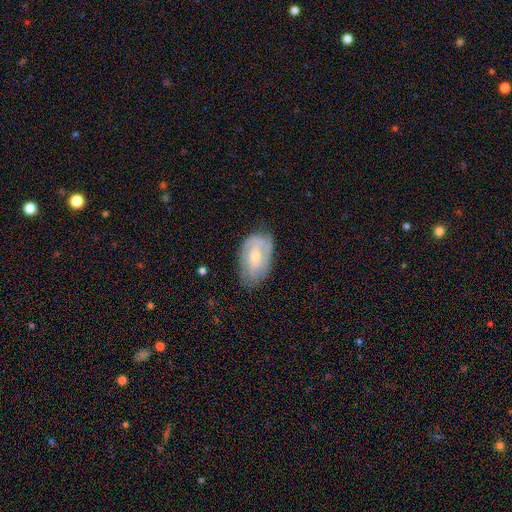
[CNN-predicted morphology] smooth_or_featured: featured or disk (p=0.57) [alt: smooth p=0.37]
disk_edge_on: no (p=0.94) [alt: yes p=0.06]
bar: no (p=0.63) [alt: weak p=0.30]
has_spiral_arms: yes (p=0.70) [alt: no p=0.30]
bulge_size: small (p=0.53) [alt: moderate p=0.44]
merging: none (p=0.64) [alt: minor disturbance p=0.27]